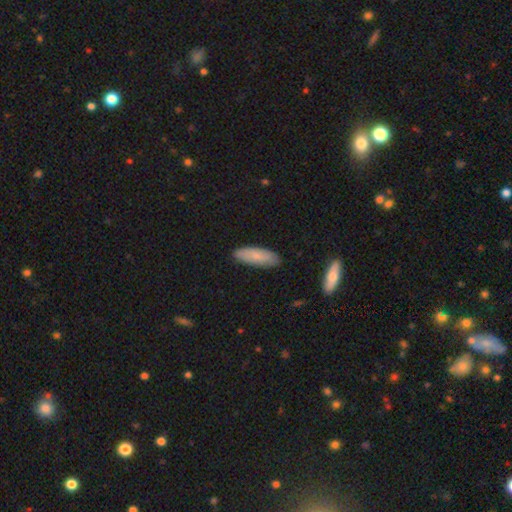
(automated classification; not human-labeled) A smooth galaxy with no disk features (76%) that is in between round and cigar-shaped (62%).

Vote fractions:
- Smooth or featured? smooth: 76% / featured or disk: 18% / star or artifact: 6%
- How rounded? in between: 62% / cigar-shaped: 36% / round: 2%
- Merging? none: 85% / minor disturbance: 12% / major disturbance: 2% / merger: 1%